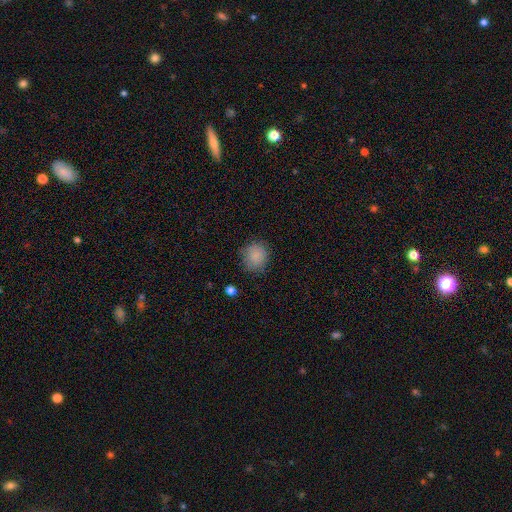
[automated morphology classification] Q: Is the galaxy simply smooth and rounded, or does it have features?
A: smooth — 86%.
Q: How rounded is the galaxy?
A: round — 80%.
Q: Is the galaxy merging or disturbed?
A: none — 81%.